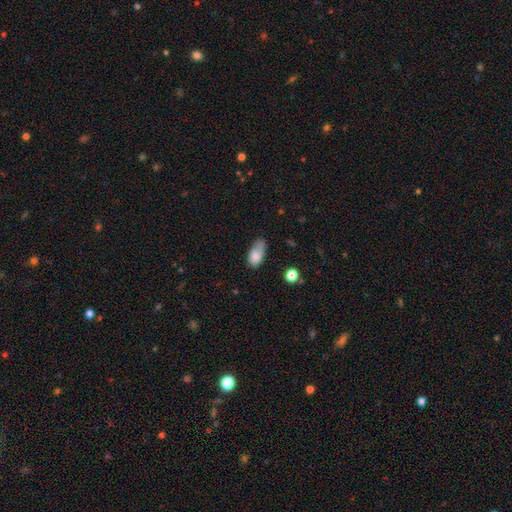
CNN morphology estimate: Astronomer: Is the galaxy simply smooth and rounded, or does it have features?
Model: smooth — 79%.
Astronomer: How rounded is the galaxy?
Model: in between — 89%.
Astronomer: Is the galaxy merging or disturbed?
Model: minor disturbance — 39% (runner-up: none, 35%).